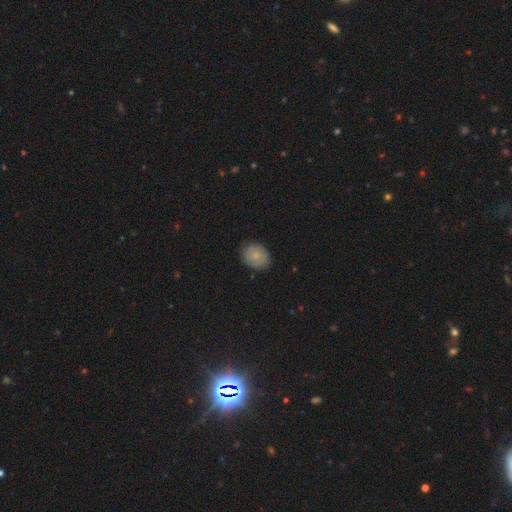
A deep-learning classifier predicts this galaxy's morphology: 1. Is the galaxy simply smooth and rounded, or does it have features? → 74% smooth, 19% featured or disk, 7% star or artifact.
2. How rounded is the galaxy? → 51% round, 48% in between, 1% cigar-shaped.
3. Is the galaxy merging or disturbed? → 81% none, 15% minor disturbance, 3% major disturbance, 1% merger.